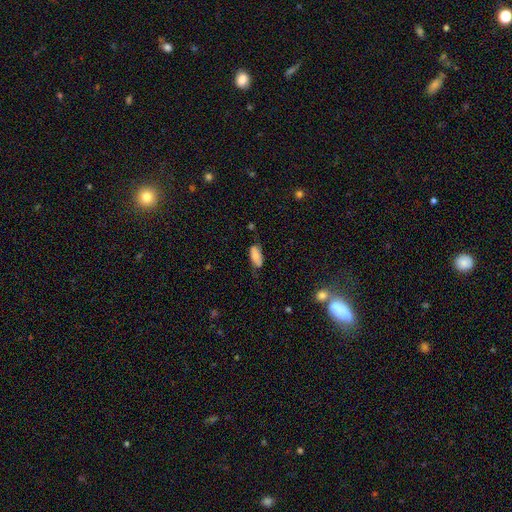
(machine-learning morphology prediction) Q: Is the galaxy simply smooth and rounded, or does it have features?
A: smooth — 75%.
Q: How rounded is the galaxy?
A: in between — 86%.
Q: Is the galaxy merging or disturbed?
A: none — 57%.